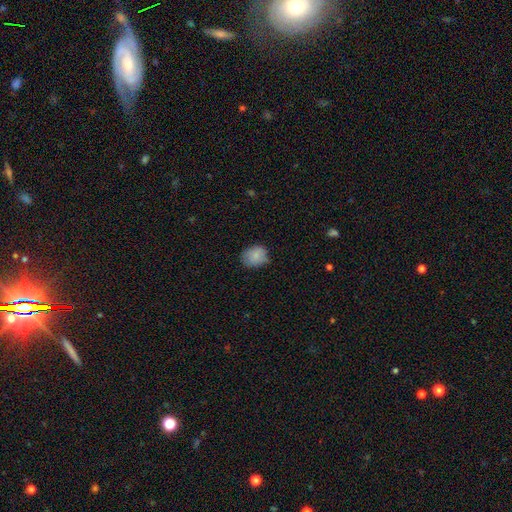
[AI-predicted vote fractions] Smooth or featured? smooth (83%)
How rounded? round (51%)
Merging? none (66%)